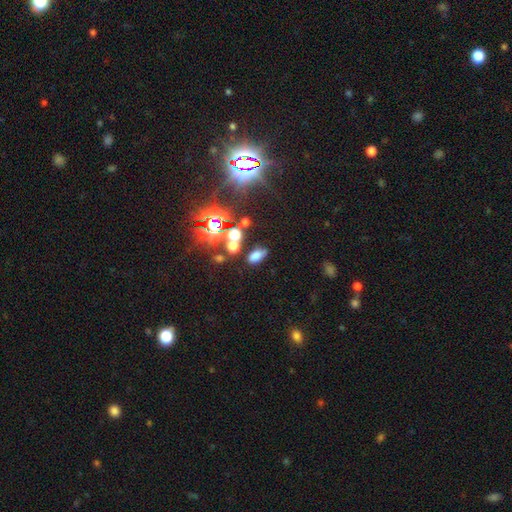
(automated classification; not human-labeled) Smooth or featured?
  - smooth: 64% *
  - star or artifact: 27%
  - featured or disk: 9%
How rounded?
  - in between: 87% *
  - round: 9%
  - cigar-shaped: 4%
Merging?
  - none: 70% *
  - minor disturbance: 14%
  - merger: 11%
  - major disturbance: 6%